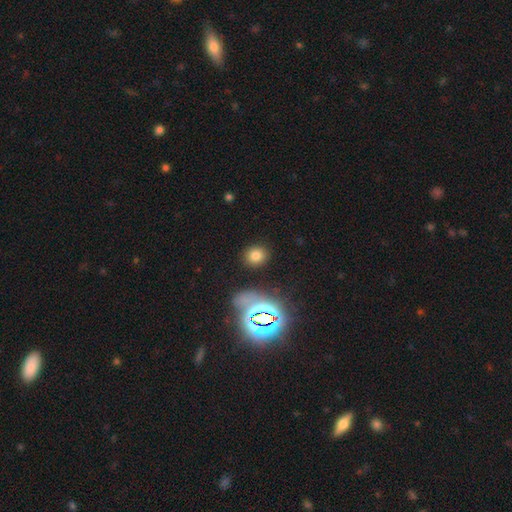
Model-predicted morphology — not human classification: The model was most divided on "how rounded": round: 74%, in between: 25%, cigar-shaped: 1%. More confident: merging — none (87%); smooth or featured — smooth (74%).